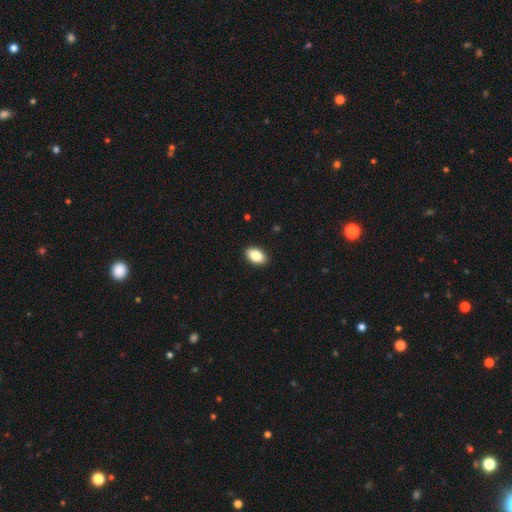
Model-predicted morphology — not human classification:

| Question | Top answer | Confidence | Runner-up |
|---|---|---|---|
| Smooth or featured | smooth | 87% | star or artifact (7%) |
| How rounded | in between | 92% | round (7%) |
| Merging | none | 90% | minor disturbance (7%) |